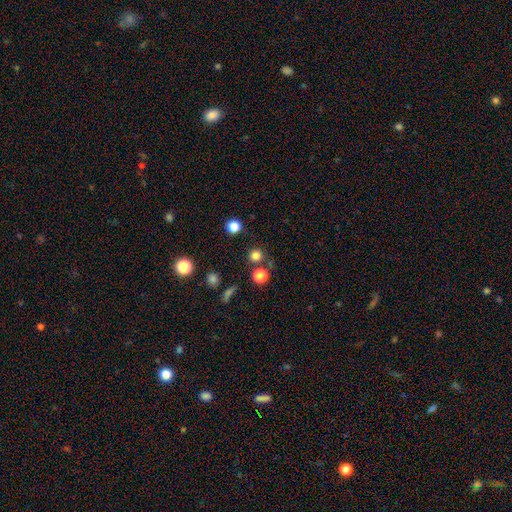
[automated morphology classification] A smooth galaxy with no disk features (78%) that is round (93%).

Vote fractions:
- Smooth or featured? smooth: 78% / star or artifact: 17% / featured or disk: 5%
- How rounded? round: 93% / in between: 6% / cigar-shaped: 1%
- Merging? none: 79% / merger: 10% / minor disturbance: 7% / major disturbance: 3%